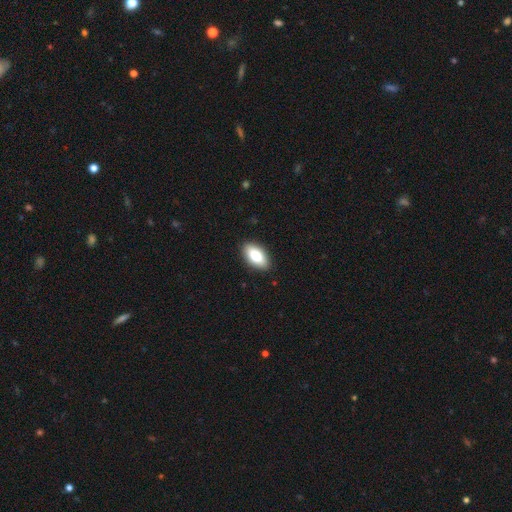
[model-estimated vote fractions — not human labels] This is likely a smooth galaxy (79%). How rounded: clearly in between (91%). Merging: clearly none (89%).